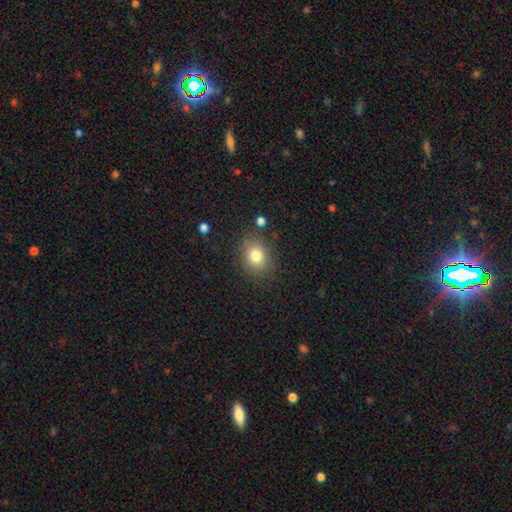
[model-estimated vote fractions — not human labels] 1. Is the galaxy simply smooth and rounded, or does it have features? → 80% smooth, 11% star or artifact, 9% featured or disk.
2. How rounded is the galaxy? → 55% in between, 44% round, 1% cigar-shaped.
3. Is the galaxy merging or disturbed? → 82% none, 12% minor disturbance, 4% major disturbance, 2% merger.